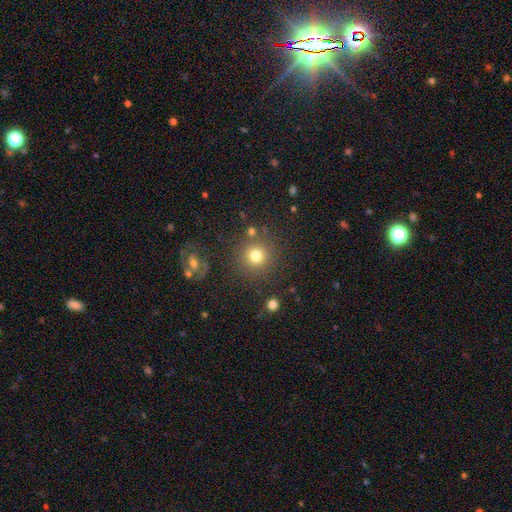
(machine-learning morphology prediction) This is likely a smooth galaxy (77%). How rounded: clearly round (93%). Merging: clearly none (84%).